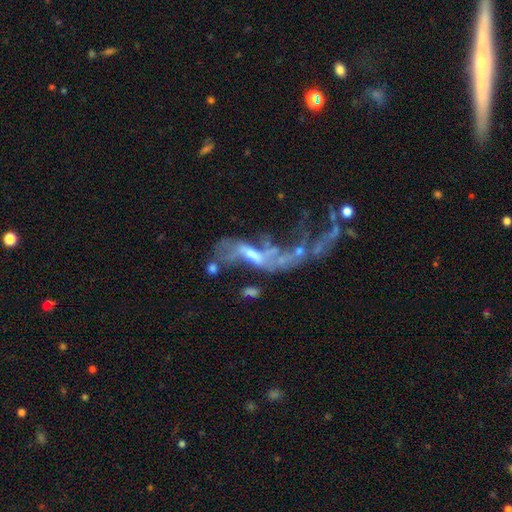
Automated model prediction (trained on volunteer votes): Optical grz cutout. It shows a featured or disk galaxy (73%) with no bar (45%), spiral arms (57%) and a small central bulge (37%). Merging: major disturbance (47%).